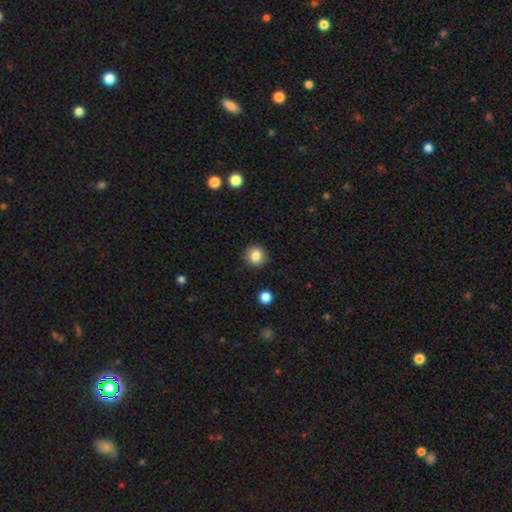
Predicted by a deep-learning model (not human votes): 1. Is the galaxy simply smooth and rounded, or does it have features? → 84% smooth, 10% star or artifact, 5% featured or disk.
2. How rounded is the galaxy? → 91% round, 8% in between, 1% cigar-shaped.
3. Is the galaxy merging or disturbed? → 91% none, 6% minor disturbance, 2% major disturbance, 1% merger.